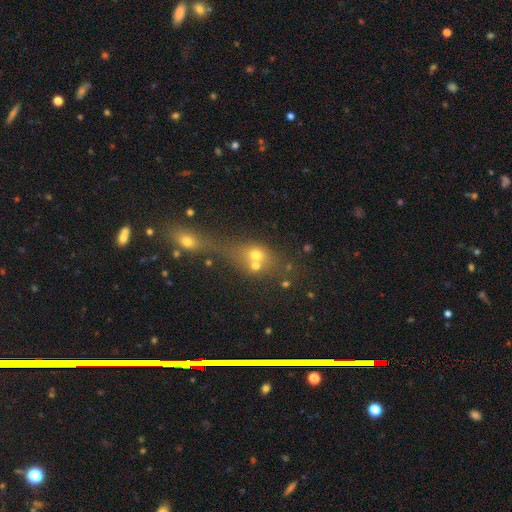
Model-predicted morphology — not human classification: smooth_or_featured: smooth (p=0.61) [alt: featured or disk p=0.21]
how_rounded: round (p=0.57) [alt: in between p=0.36]
merging: merger (p=0.59) [alt: none p=0.26]